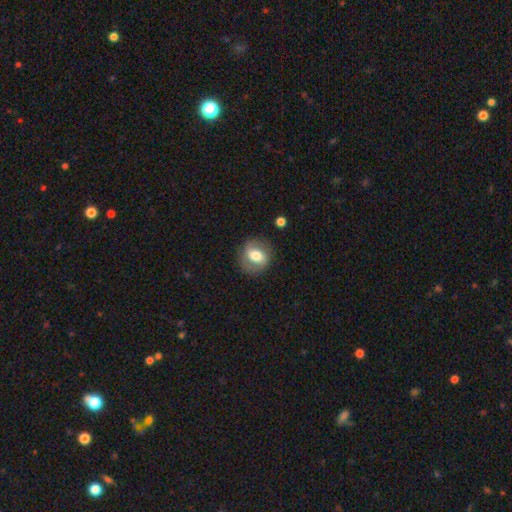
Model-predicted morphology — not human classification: Smooth or featured? Predicted: smooth (p=0.55). How rounded? Predicted: round (p=0.62). Merging? Predicted: none (p=0.80).